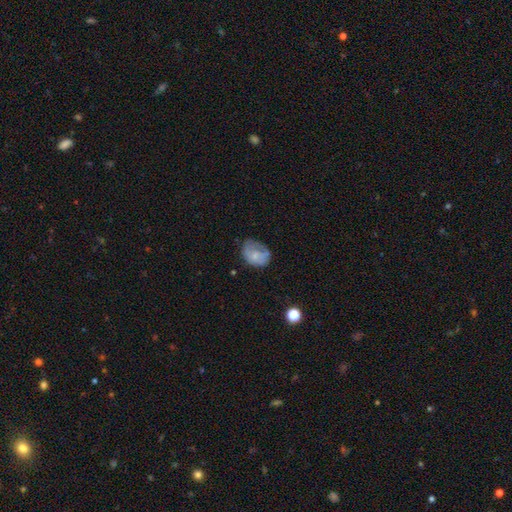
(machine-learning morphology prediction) This is possibly a smooth galaxy (59%). How rounded: likely in between (69%). Merging: marginally none (42%).